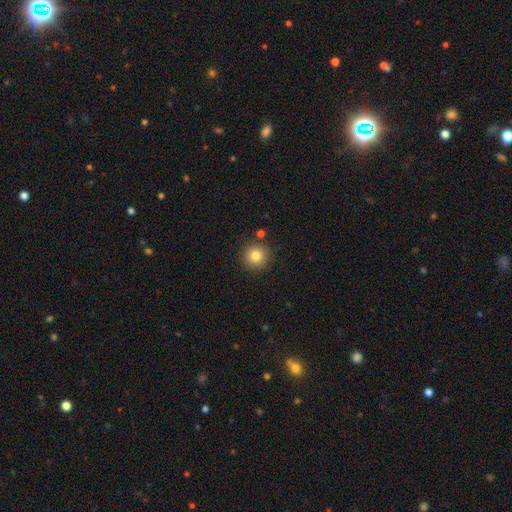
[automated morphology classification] A smooth galaxy with no disk features (82%) that is round (94%). Merging: none (87%).